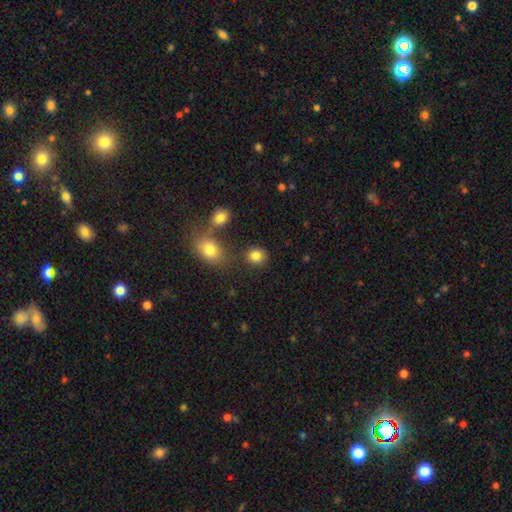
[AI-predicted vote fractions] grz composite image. It shows a smooth galaxy with no disk features (84%) that is round (79%). Merging: none (78%).